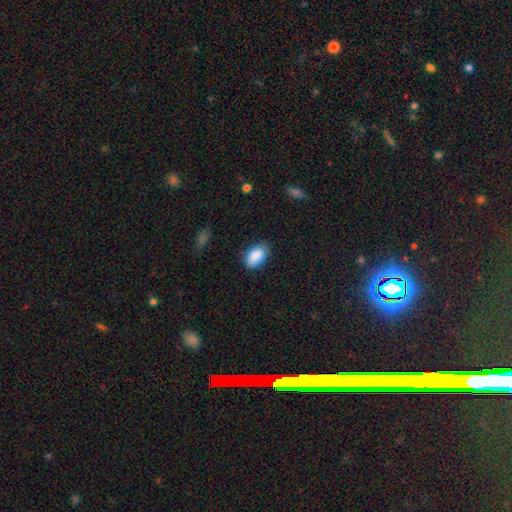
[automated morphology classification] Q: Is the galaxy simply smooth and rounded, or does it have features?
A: smooth — 88%.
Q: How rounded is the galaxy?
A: in between — 93%.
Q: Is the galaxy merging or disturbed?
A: none — 78%.